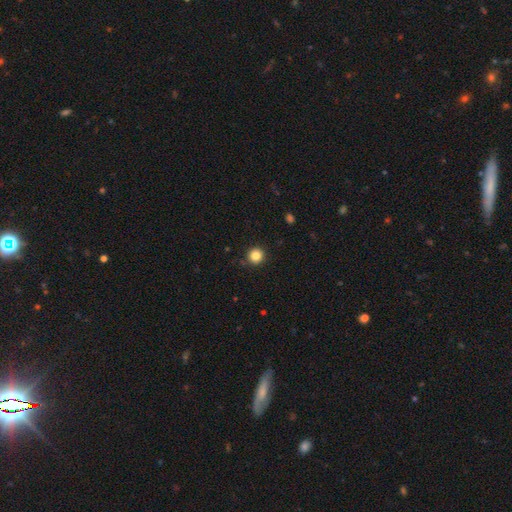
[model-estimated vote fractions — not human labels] A smooth galaxy with no disk features (83%) that is round (95%). Merging: none (90%).